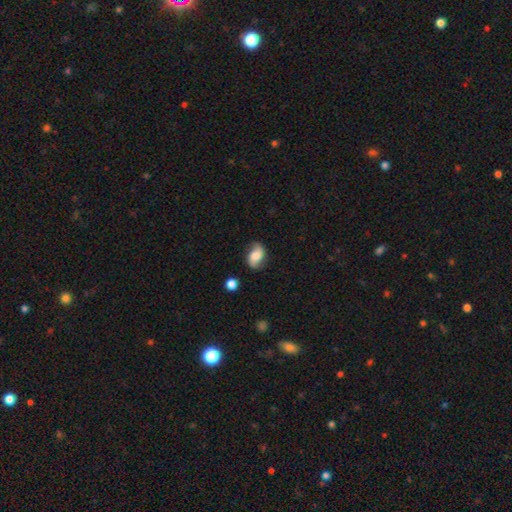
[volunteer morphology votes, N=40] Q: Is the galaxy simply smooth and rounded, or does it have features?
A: featured or disk — 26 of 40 (65%).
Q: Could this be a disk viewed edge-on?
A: no — 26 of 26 (100%).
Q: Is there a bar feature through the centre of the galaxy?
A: no — 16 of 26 (62%).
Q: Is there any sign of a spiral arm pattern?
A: yes — 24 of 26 (92%).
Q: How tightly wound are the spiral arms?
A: loose — 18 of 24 (75%).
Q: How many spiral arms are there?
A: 2 — 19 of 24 (79%).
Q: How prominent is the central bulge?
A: large — 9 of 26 (35%).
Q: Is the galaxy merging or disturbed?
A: none — 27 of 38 (71%).